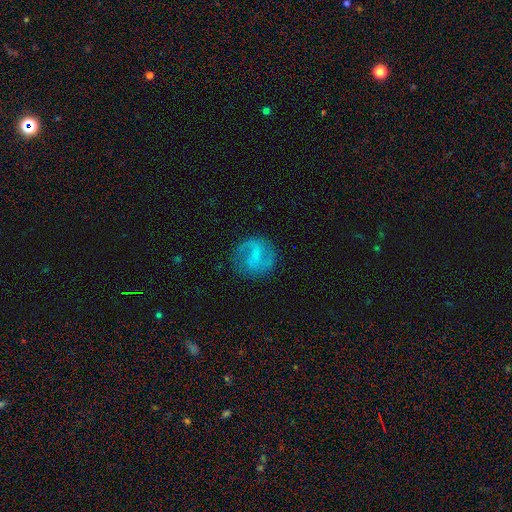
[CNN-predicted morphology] Overall: featured or disk (70%). Edge-on disk: no (98%). Bar: weak (50%; strong 28%). Spiral arms: yes (89%). Spiral arm count: 2 (87%). Spiral winding: medium (50%; loose 28%). Bulge size: none (45%; small 36%). Merging: none (78%).